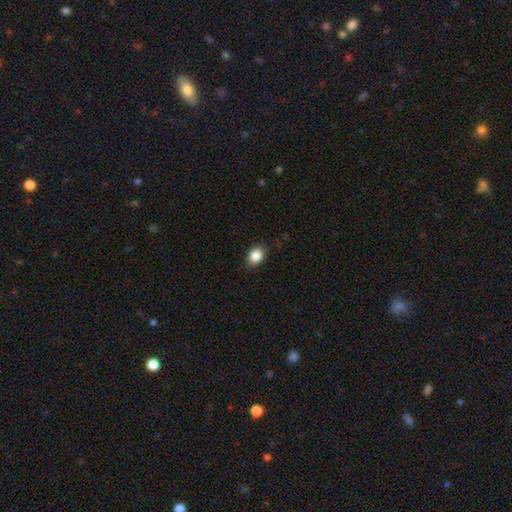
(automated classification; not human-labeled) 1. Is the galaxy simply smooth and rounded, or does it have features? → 85% smooth, 9% star or artifact, 6% featured or disk.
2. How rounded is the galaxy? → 64% in between, 35% round, 1% cigar-shaped.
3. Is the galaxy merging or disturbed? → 81% none, 15% minor disturbance, 3% major disturbance, 1% merger.